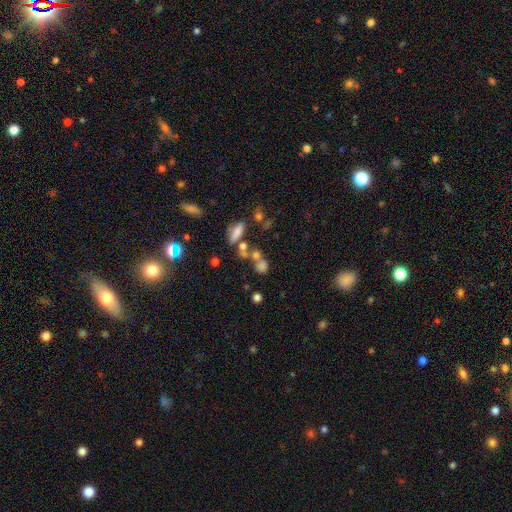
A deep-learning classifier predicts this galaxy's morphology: A smooth galaxy with no disk features (57%) that is round (55%). Merging: none (43%).